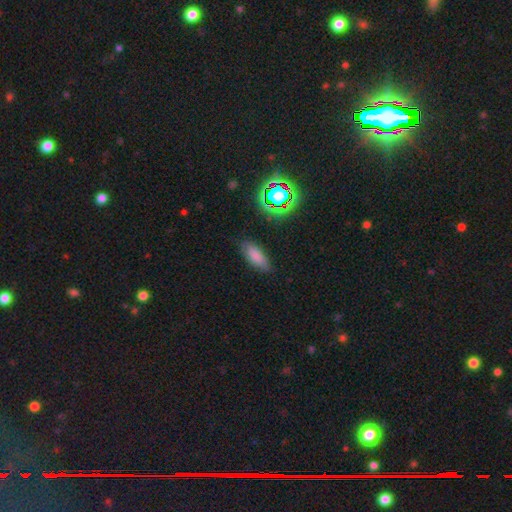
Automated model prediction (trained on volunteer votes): Q: Smooth or featured?
A: smooth (78%); runner-up: star or artifact (13%)
Q: How rounded?
A: in between (80%); runner-up: cigar-shaped (18%)
Q: Merging?
A: none (80%); runner-up: minor disturbance (15%)